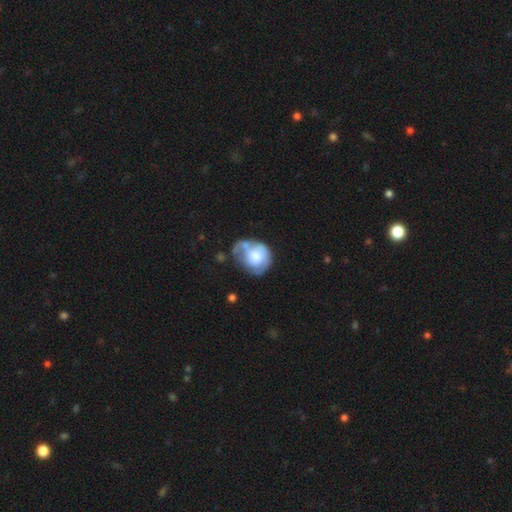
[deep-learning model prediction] Smooth or featured? Predicted: smooth (p=0.48). Merging? Predicted: minor disturbance (p=0.30, tied with none).